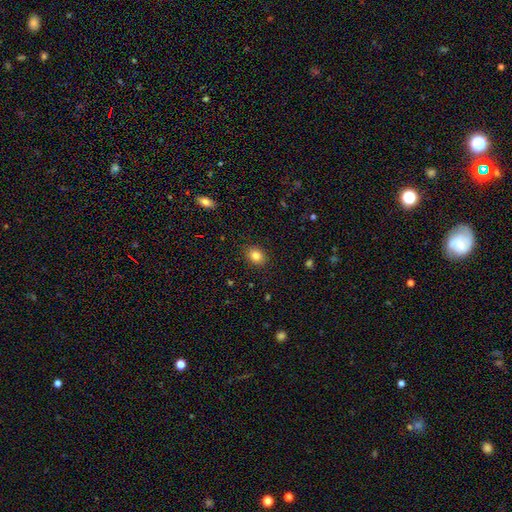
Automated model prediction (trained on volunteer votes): Smooth or featured? smooth (85%)
How rounded? in between (60%)
Merging? none (88%)